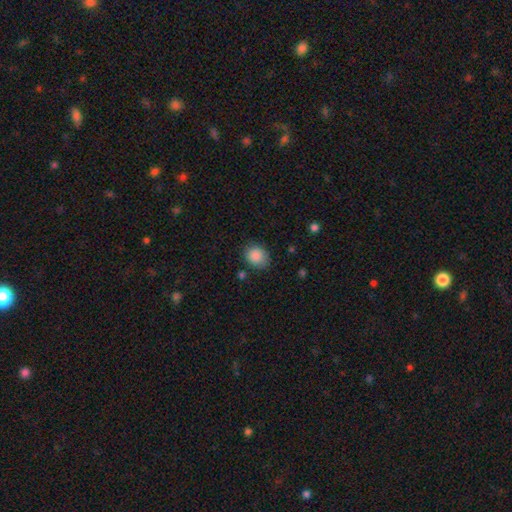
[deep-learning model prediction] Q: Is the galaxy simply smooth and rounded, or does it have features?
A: smooth — 88%.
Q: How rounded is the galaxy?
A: round — 64%.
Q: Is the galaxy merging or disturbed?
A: none — 79%.